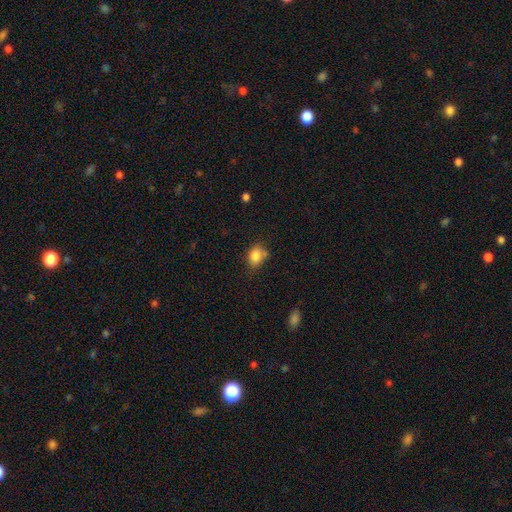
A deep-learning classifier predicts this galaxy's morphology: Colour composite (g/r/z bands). It shows a smooth galaxy with no disk features (84%) that is in between round and cigar-shaped (57%). Merging: none (60%).